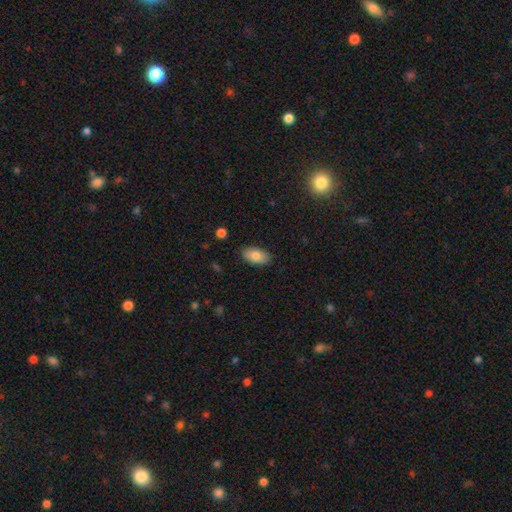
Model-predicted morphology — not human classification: Smooth or featured?
  - smooth: 80% *
  - featured or disk: 13%
  - star or artifact: 7%
How rounded?
  - in between: 94% *
  - round: 4%
  - cigar-shaped: 2%
Merging?
  - none: 86% *
  - minor disturbance: 10%
  - major disturbance: 2%
  - merger: 1%